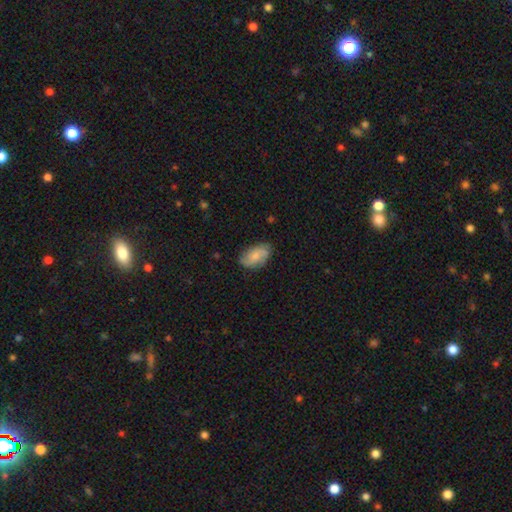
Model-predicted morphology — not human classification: A smooth galaxy with no disk features (58%) that is in between round and cigar-shaped (91%).

Vote fractions:
- Smooth or featured? smooth: 58% / featured or disk: 35% / star or artifact: 7%
- How rounded? in between: 91% / round: 6% / cigar-shaped: 2%
- Merging? none: 73% / minor disturbance: 21% / major disturbance: 5% / merger: 1%